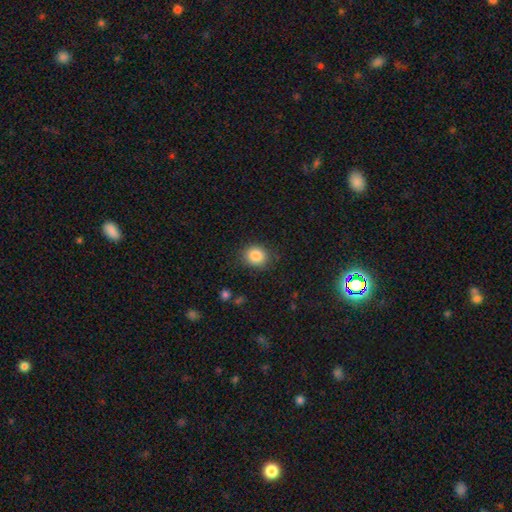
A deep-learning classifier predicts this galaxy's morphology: Smooth or featured? smooth (86%)
How rounded? round (75%)
Merging? none (85%)